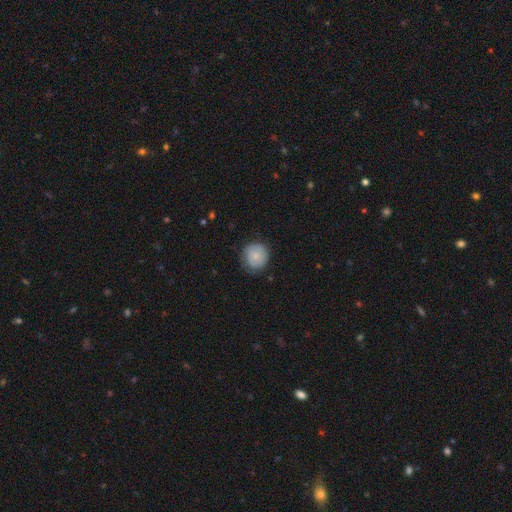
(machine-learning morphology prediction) The model was most divided on "merging": none: 73%, minor disturbance: 21%, major disturbance: 5%, merger: 1%. More confident: how rounded — round (88%); smooth or featured — smooth (74%).